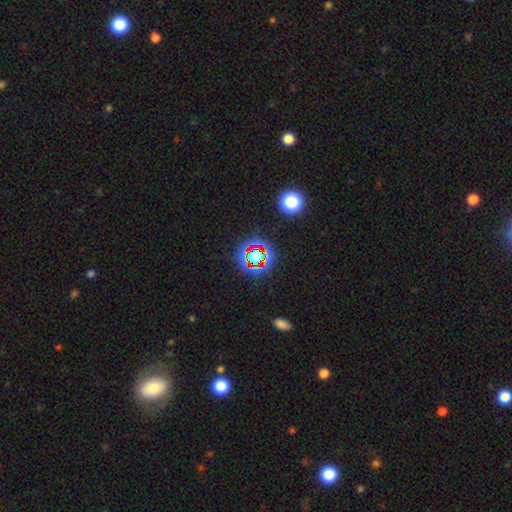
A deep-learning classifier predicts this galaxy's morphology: Smooth or featured? Predicted: star or artifact (p=0.67).